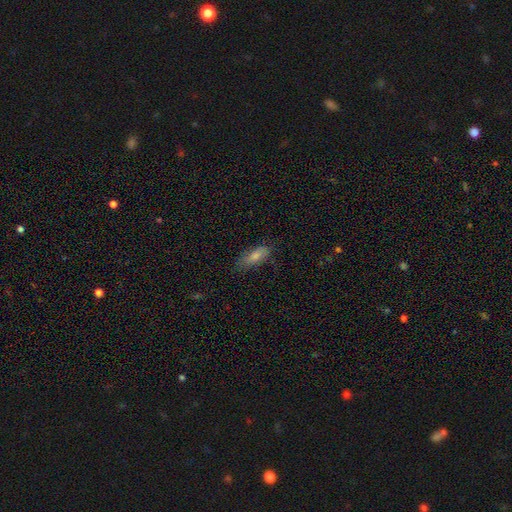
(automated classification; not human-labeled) This appears to be a smooth galaxy with no disk features (79%) that is in between round and cigar-shaped (71%). Merging: none (72%).